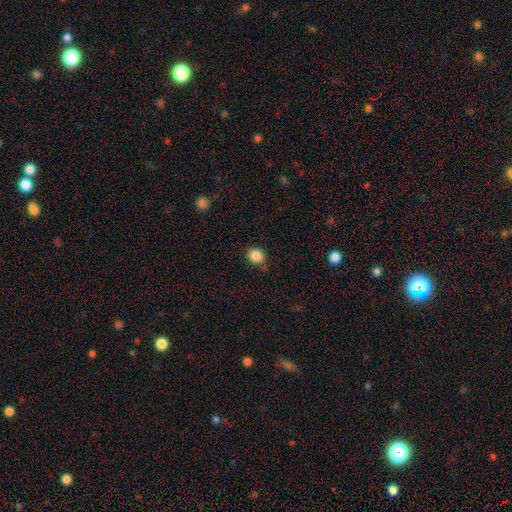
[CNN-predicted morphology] smooth_or_featured: smooth (p=0.86) [alt: star or artifact p=0.10]
how_rounded: round (p=0.76) [alt: in between p=0.23]
merging: none (p=0.79) [alt: minor disturbance p=0.15]